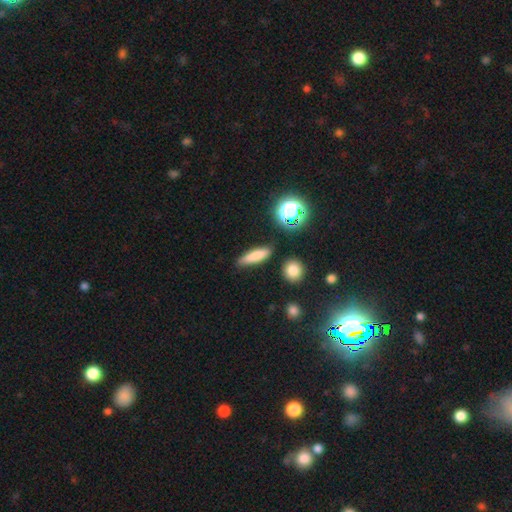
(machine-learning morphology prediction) Q: Smooth or featured?
A: smooth (76%); runner-up: featured or disk (13%)
Q: How rounded?
A: cigar-shaped (69%); runner-up: in between (26%)
Q: Merging?
A: none (82%); runner-up: minor disturbance (11%)